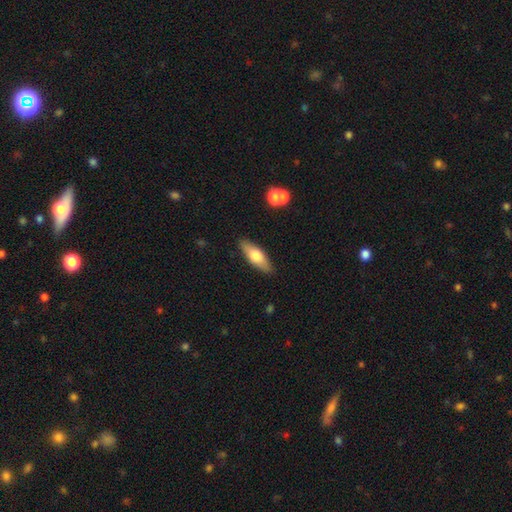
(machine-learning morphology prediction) The model was most divided on "how rounded": in between: 59%, cigar-shaped: 39%, round: 2%. More confident: merging — none (87%); smooth or featured — smooth (62%).